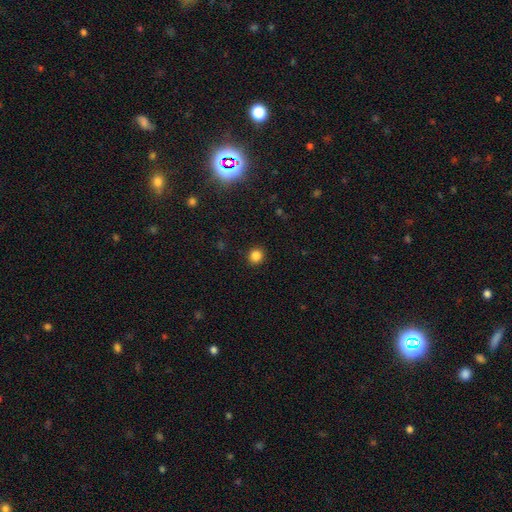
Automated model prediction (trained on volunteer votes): A smooth galaxy with no disk features (85%) that is round (87%).

Vote fractions:
- Smooth or featured? smooth: 85% / star or artifact: 12% / featured or disk: 3%
- How rounded? round: 87% / in between: 12% / cigar-shaped: 1%
- Merging? none: 91% / minor disturbance: 6% / major disturbance: 2% / merger: 1%